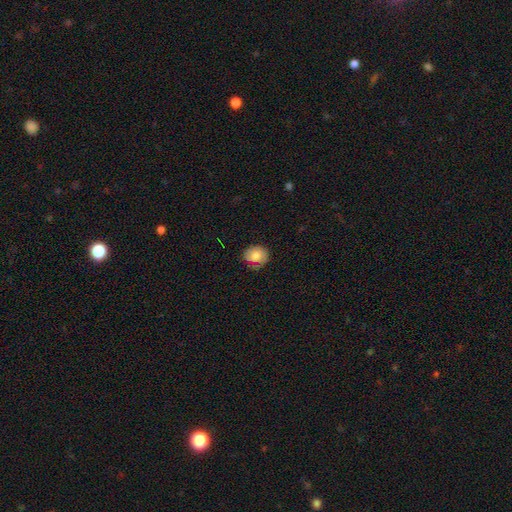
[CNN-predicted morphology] Smooth or featured: smooth — 69% (featured or disk — 22%)
How rounded: round — 70% (in between — 29%)
Merging: none — 68% (minor disturbance — 24%)